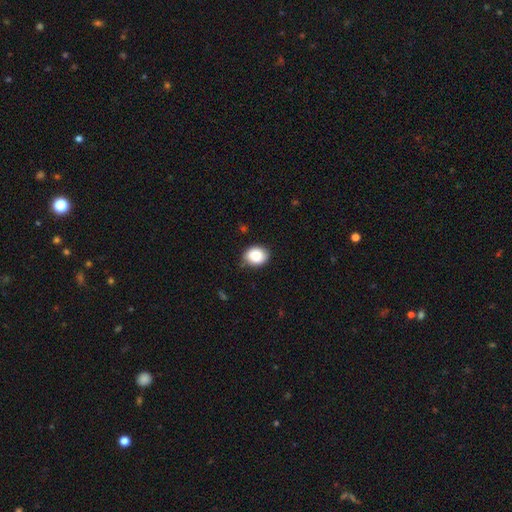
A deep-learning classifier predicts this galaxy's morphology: smooth 87%, star or artifact 8%, featured or disk 5%. Down the decision tree: how rounded — round (55%); merging — none (73%).